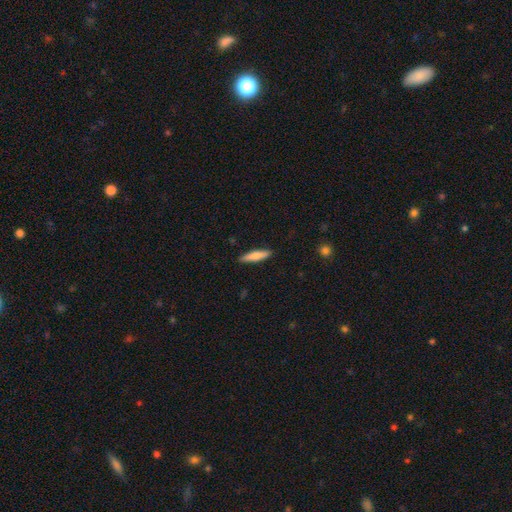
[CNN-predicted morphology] A smooth galaxy with no disk features (74%) that is cigar-shaped (78%). Merging: none (89%).